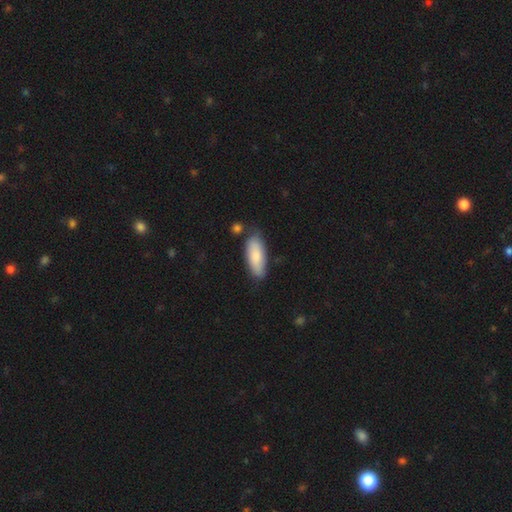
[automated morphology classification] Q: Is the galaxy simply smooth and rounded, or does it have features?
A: smooth — 80%.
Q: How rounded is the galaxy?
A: in between — 74%.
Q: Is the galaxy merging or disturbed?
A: none — 74%.